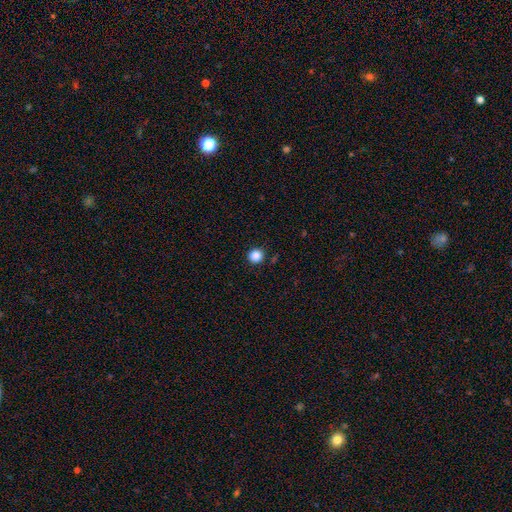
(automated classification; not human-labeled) Q: Smooth or featured?
A: smooth (87%); runner-up: star or artifact (10%)
Q: How rounded?
A: round (92%); runner-up: in between (7%)
Q: Merging?
A: none (91%); runner-up: minor disturbance (5%)